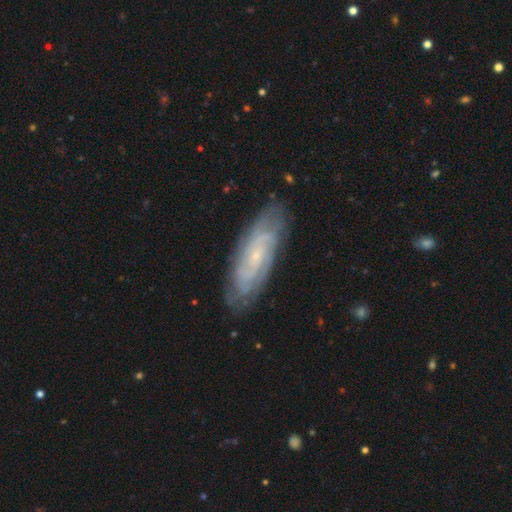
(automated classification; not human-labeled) This is clearly a featured or disk galaxy (82%). It is clearly not viewed edge-on (89%). Bar: likely no (62%). Spiral arm pattern: clearly yes (95%). Spiral arm count: marginally can't tell (39%). Spiral winding: likely tight (64%). Central bulge: clearly small (81%). Merging: clearly none (82%).